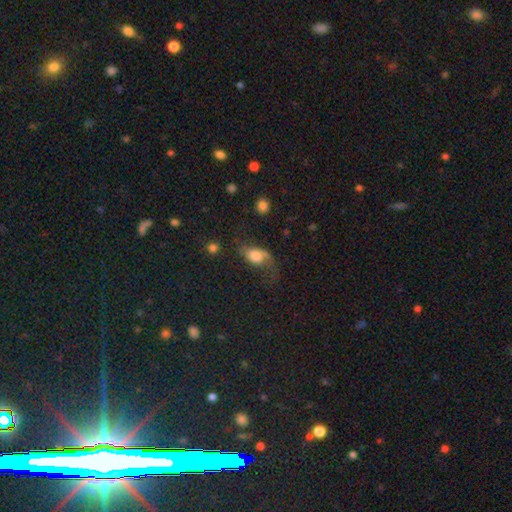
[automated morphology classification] Smooth or featured?
  - smooth: 56% *
  - featured or disk: 33%
  - star or artifact: 10%
How rounded?
  - in between: 76% *
  - round: 20%
  - cigar-shaped: 4%
Merging?
  - major disturbance: 38% *
  - none: 33%
  - minor disturbance: 24%
  - merger: 5%